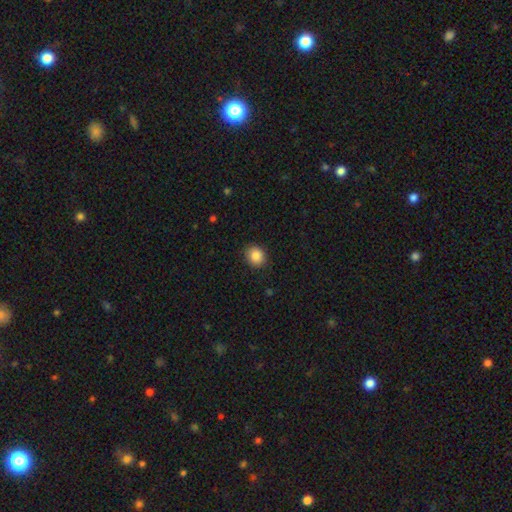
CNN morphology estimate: The model was most divided on "how rounded": round: 72%, in between: 27%, cigar-shaped: 1%. More confident: merging — none (89%); smooth or featured — smooth (86%).